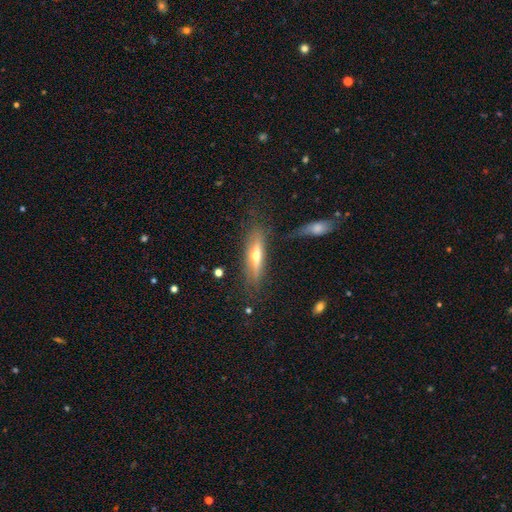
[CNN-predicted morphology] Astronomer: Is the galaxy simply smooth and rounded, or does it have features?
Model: featured or disk — 54% (runner-up: smooth, 39%).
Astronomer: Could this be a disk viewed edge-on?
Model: yes — 87%.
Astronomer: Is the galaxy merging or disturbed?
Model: none — 72%.